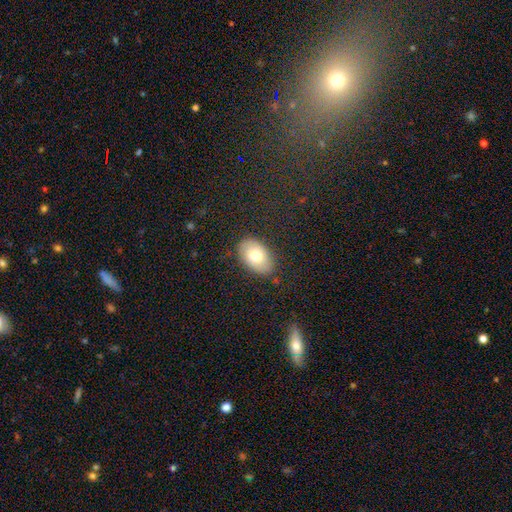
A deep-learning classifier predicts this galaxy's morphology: A smooth galaxy with no disk features (74%) that is in between round and cigar-shaped (91%).

Vote fractions:
- Smooth or featured? smooth: 74% / featured or disk: 19% / star or artifact: 7%
- How rounded? in between: 91% / round: 8% / cigar-shaped: 1%
- Merging? none: 85% / minor disturbance: 11% / major disturbance: 3% / merger: 1%